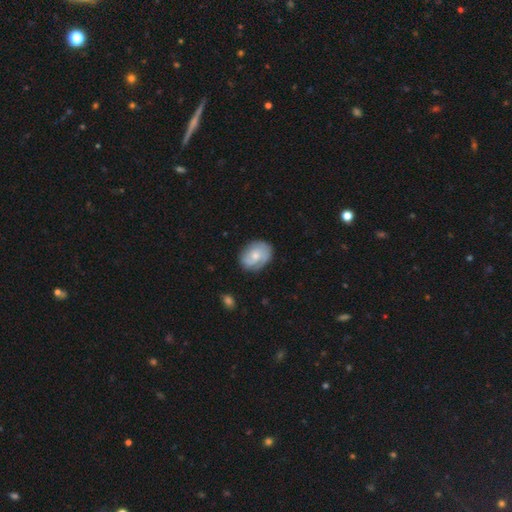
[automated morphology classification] Smooth or featured: featured or disk — 50% (smooth — 44%)
Merging: none — 72% (minor disturbance — 20%)